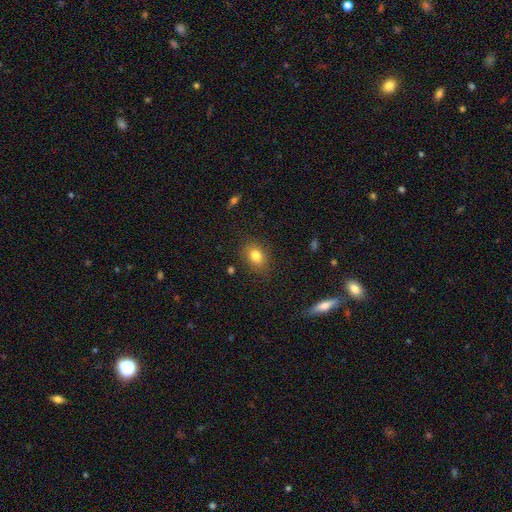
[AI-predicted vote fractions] Smooth or featured?
  - smooth: 80% *
  - star or artifact: 11%
  - featured or disk: 9%
How rounded?
  - in between: 63% *
  - round: 36%
  - cigar-shaped: 1%
Merging?
  - none: 83% *
  - minor disturbance: 12%
  - major disturbance: 3%
  - merger: 1%